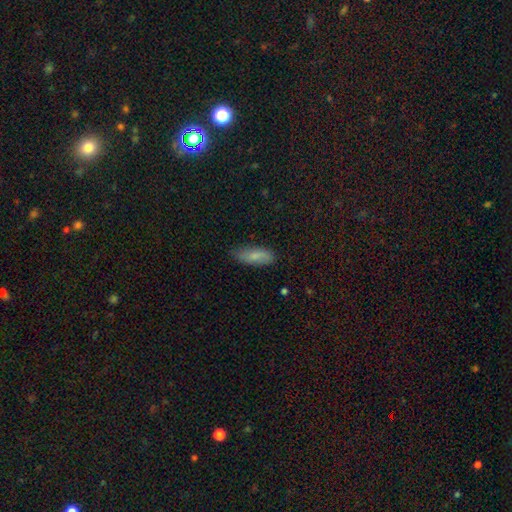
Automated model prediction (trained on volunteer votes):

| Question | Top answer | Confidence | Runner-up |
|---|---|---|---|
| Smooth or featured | smooth | 80% | featured or disk (13%) |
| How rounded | in between | 71% | cigar-shaped (27%) |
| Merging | none | 78% | minor disturbance (18%) |